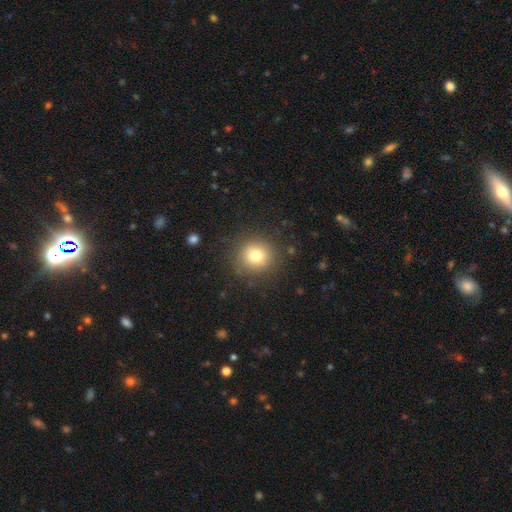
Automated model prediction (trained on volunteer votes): Smooth or featured?
  - smooth: 77% *
  - star or artifact: 13%
  - featured or disk: 10%
How rounded?
  - round: 91% *
  - in between: 8%
  - cigar-shaped: 1%
Merging?
  - none: 86% *
  - minor disturbance: 8%
  - major disturbance: 4%
  - merger: 1%